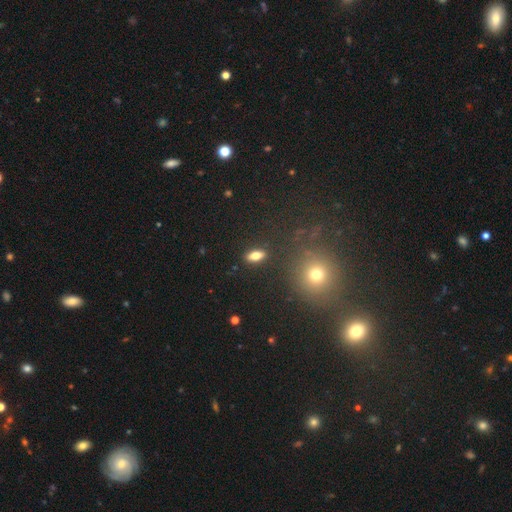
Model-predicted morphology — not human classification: This appears to be a smooth galaxy with no disk features (74%) that is in between round and cigar-shaped (80%). Merging: none (88%).